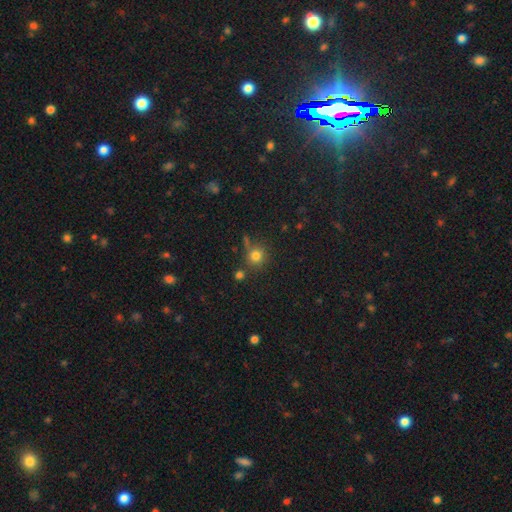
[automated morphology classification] smooth-or-featured: smooth: 79% | star or artifact: 14% | featured or disk: 7%
  how-rounded: round: 89% | in between: 10% | cigar-shaped: 1%
  merging: none: 70% | minor disturbance: 13% | merger: 12% | major disturbance: 5%